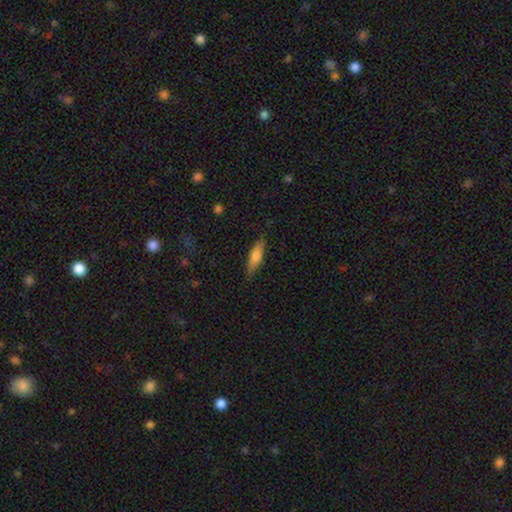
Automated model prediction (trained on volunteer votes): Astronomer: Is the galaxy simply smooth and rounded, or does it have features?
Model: smooth — 74%.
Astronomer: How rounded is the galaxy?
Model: cigar-shaped — 57% (runner-up: in between, 41%).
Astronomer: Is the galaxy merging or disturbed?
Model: none — 82%.